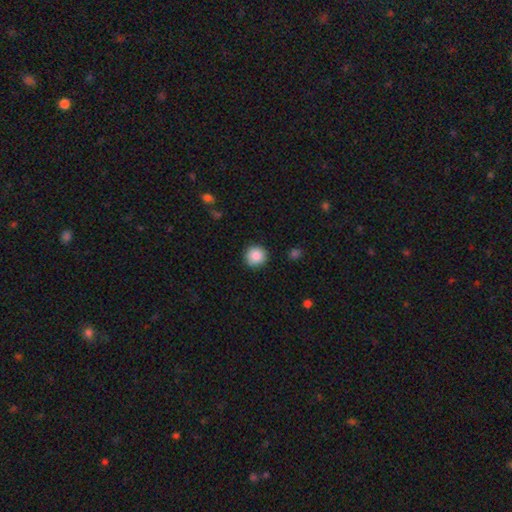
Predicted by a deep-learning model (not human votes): Smooth or featured: smooth — 87% (star or artifact — 9%)
How rounded: round — 94% (in between — 5%)
Merging: none — 90% (minor disturbance — 7%)